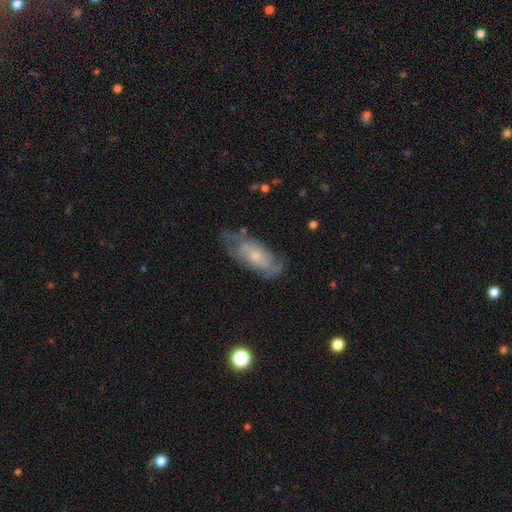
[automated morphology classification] This is possibly a featured or disk galaxy (54%). It is clearly not viewed edge-on (87%). Merging: possibly none (53%).